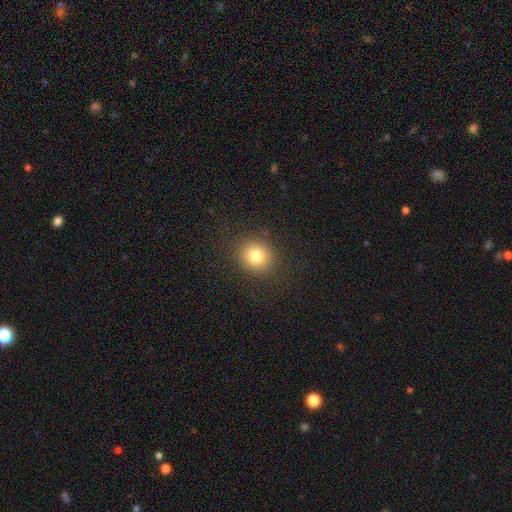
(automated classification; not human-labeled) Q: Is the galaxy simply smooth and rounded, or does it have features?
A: smooth — 78%.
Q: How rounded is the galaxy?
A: round — 81%.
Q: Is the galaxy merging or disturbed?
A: none — 88%.